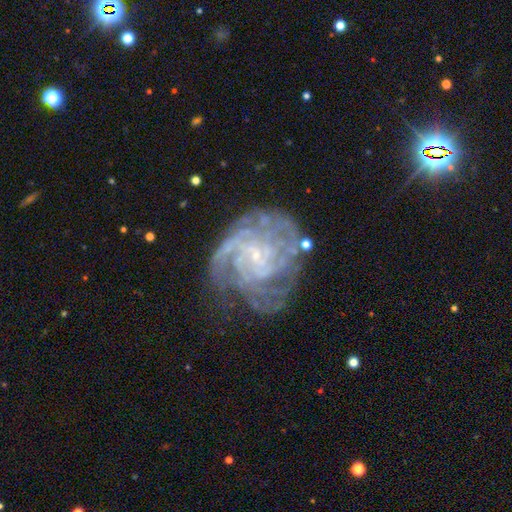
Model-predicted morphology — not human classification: featured or disk 84%, smooth 8%, star or artifact 8%. Down the decision tree: edge-on disk — no (98%); bar — no (62%); spiral arms — yes (92%); spiral arm count — can't tell (36%); spiral winding — tight (63%); bulge size — small (82%); merging — none (52%).